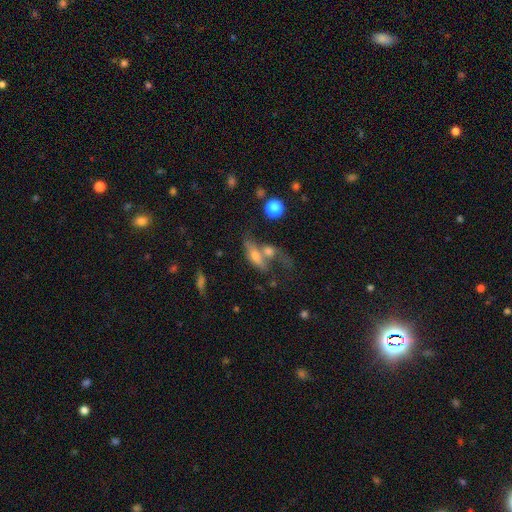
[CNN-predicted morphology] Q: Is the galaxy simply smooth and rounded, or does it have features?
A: smooth — 46%.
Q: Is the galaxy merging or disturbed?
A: merger — 49%.